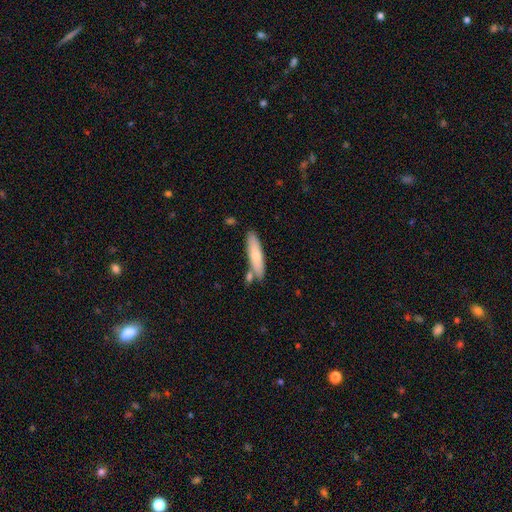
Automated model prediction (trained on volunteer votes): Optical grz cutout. It shows a smooth galaxy with no disk features (69%) that is cigar-shaped (74%). Merging: none (74%).